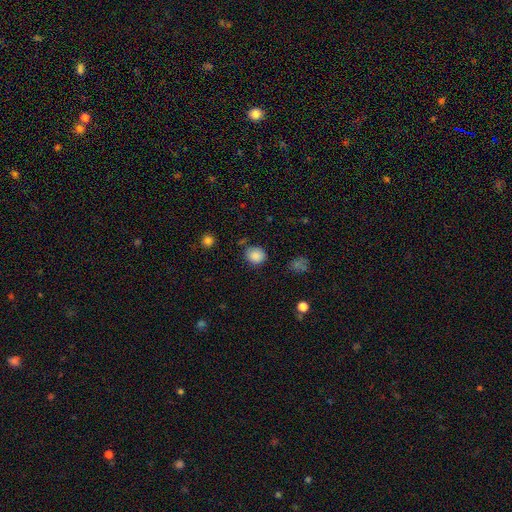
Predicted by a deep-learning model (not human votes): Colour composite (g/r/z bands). It shows a smooth galaxy with no disk features (85%) that is round (75%). Merging: none (79%).